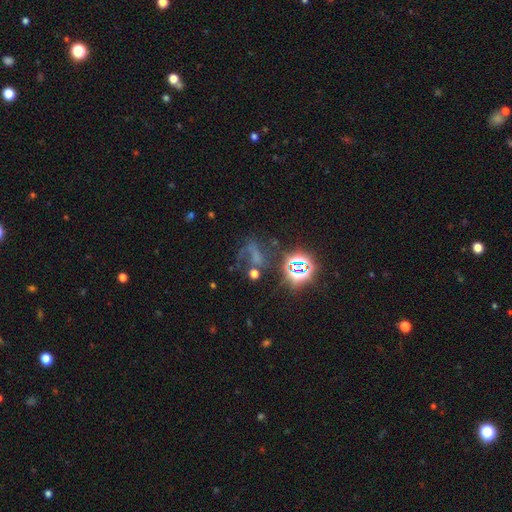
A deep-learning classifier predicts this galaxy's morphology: This is possibly a star or artifact rather than a galaxy (48%).